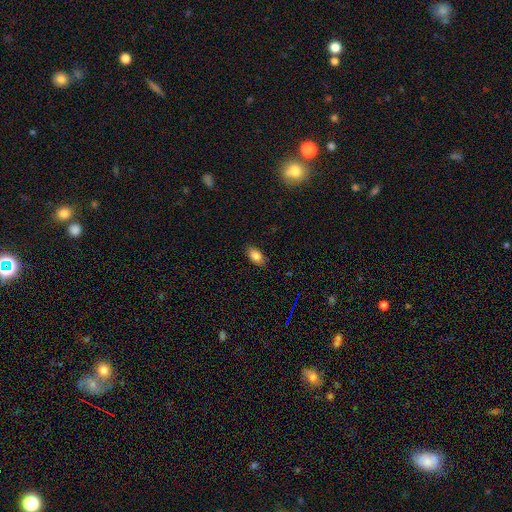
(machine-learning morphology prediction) Smooth or featured?
  - smooth: 85% *
  - star or artifact: 8%
  - featured or disk: 7%
How rounded?
  - in between: 91% *
  - round: 7%
  - cigar-shaped: 2%
Merging?
  - none: 86% *
  - minor disturbance: 10%
  - major disturbance: 2%
  - merger: 1%